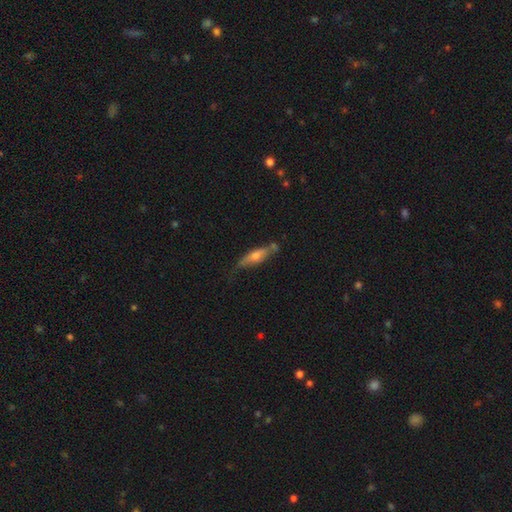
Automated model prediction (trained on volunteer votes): A featured or disk galaxy (53%) viewed edge-on (78%). Merging: none (63%).